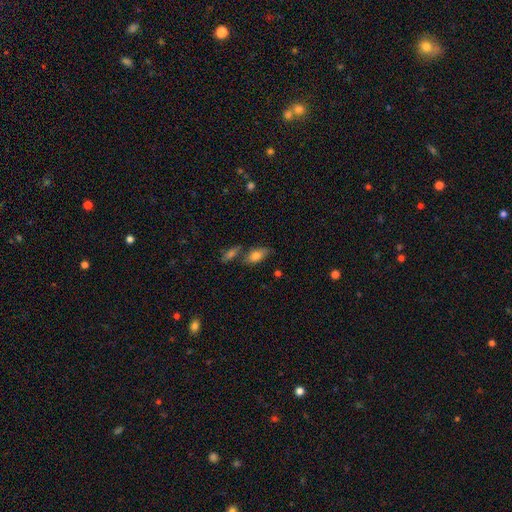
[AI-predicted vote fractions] Q: Smooth or featured?
A: smooth (76%); runner-up: featured or disk (16%)
Q: How rounded?
A: in between (86%); runner-up: cigar-shaped (9%)
Q: Merging?
A: none (58%); runner-up: merger (21%)